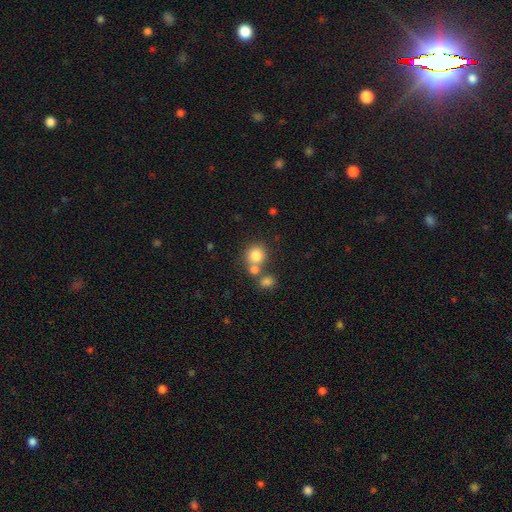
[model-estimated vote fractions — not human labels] Overall: smooth (80%). How rounded: round (85%). Merging: none (57%; merger 31%).